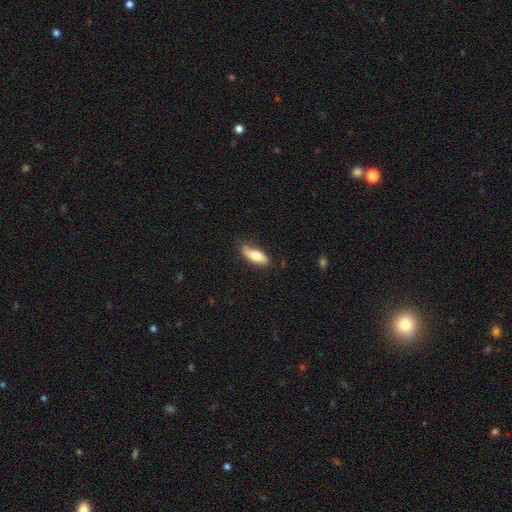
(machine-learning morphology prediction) This appears to be a smooth galaxy with no disk features (71%) that is in between round and cigar-shaped (69%). Merging: none (67%).